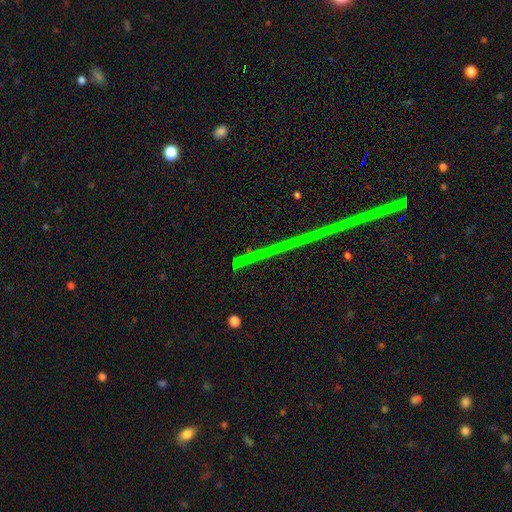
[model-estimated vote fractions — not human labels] Smooth or featured? star or artifact (79%)